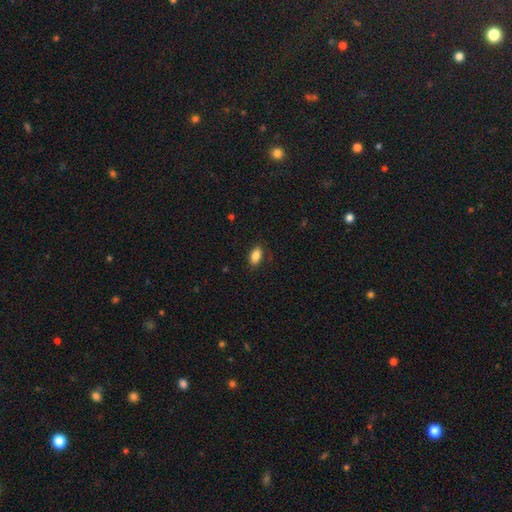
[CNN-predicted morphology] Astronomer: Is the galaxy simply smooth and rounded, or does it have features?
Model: smooth — 86%.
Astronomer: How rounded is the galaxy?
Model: in between — 90%.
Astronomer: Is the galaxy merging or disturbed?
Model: none — 86%.